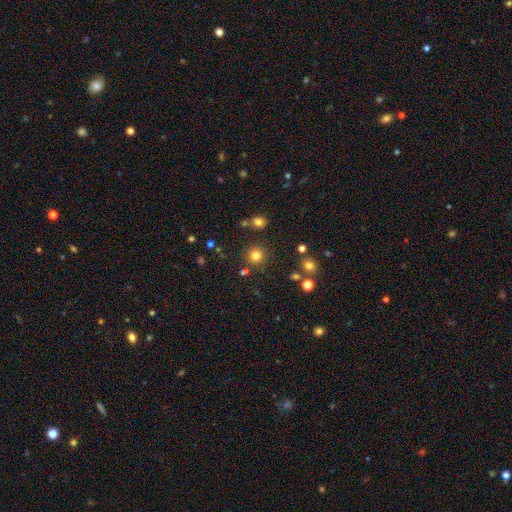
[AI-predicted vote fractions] A smooth galaxy with no disk features (80%) that is round (94%).

Vote fractions:
- Smooth or featured? smooth: 80% / star or artifact: 15% / featured or disk: 6%
- How rounded? round: 94% / in between: 6% / cigar-shaped: 1%
- Merging? none: 85% / minor disturbance: 7% / merger: 5% / major disturbance: 3%